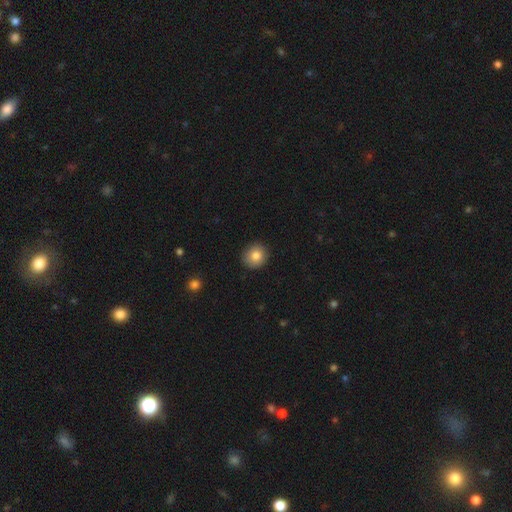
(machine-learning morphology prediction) A smooth galaxy with no disk features (82%) that is round (84%).

Vote fractions:
- Smooth or featured? smooth: 82% / star or artifact: 9% / featured or disk: 8%
- How rounded? round: 84% / in between: 15% / cigar-shaped: 1%
- Merging? none: 90% / minor disturbance: 8% / major disturbance: 2% / merger: 1%